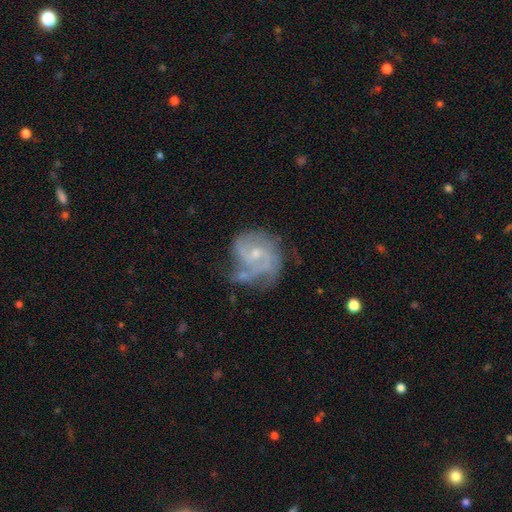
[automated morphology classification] The model was most divided on "spiral winding": medium: 43%, tight: 40%, loose: 17%. Remaining: edge-on disk — no (98%); spiral arms — yes (91%); smooth or featured — featured or disk (81%); bulge size — small (62%); bar — no (56%); merging — none (45%); spiral arm count — 2 (35%).